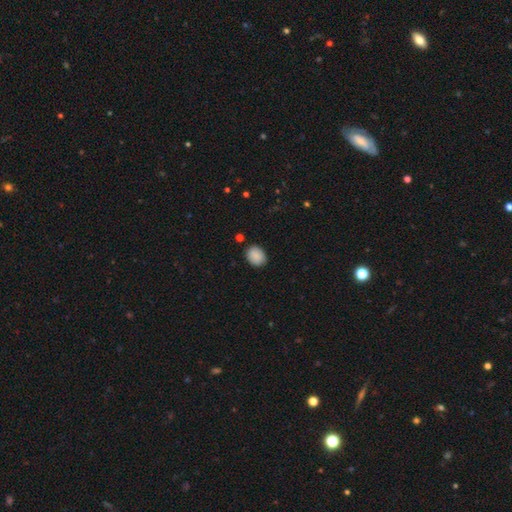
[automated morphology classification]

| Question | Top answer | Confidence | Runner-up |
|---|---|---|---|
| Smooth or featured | smooth | 89% | star or artifact (8%) |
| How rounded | in between | 55% | round (44%) |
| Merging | none | 84% | minor disturbance (12%) |